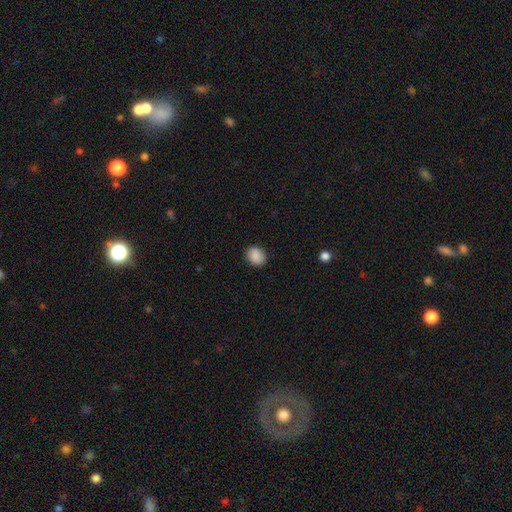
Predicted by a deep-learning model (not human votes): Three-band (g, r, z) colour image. It shows a smooth galaxy with no disk features (89%) that is round (56%). Merging: none (88%).